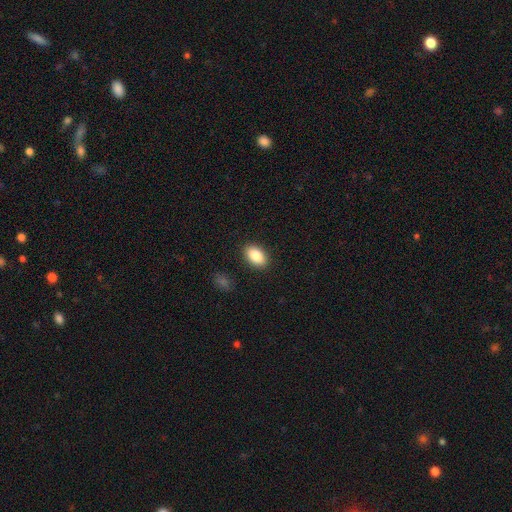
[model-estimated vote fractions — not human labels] smooth-or-featured: smooth: 86% | star or artifact: 7% | featured or disk: 7%
  how-rounded: in between: 92% | round: 6% | cigar-shaped: 2%
  merging: none: 89% | minor disturbance: 7% | major disturbance: 2% | merger: 1%